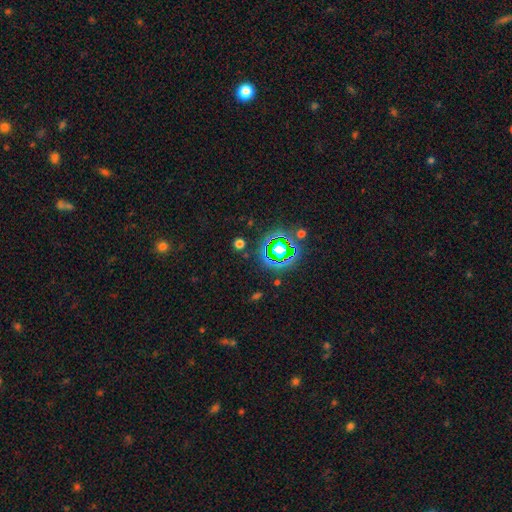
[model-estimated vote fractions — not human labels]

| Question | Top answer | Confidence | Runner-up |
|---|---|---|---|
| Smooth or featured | star or artifact | 76% | smooth (16%) |